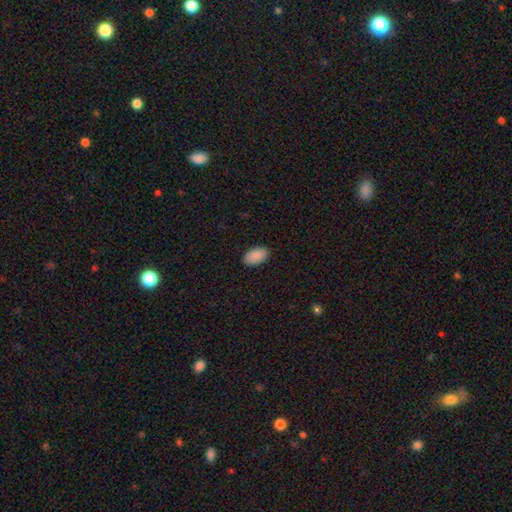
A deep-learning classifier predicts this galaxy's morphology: Smooth or featured? Predicted: smooth (p=0.91). How rounded? Predicted: in between (p=0.95). Merging? Predicted: none (p=0.90).